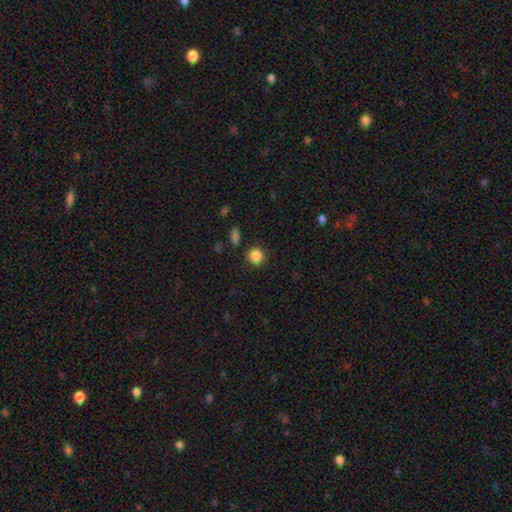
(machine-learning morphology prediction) This appears to be a smooth galaxy with no disk features (86%) that is round (91%). Merging: none (88%).